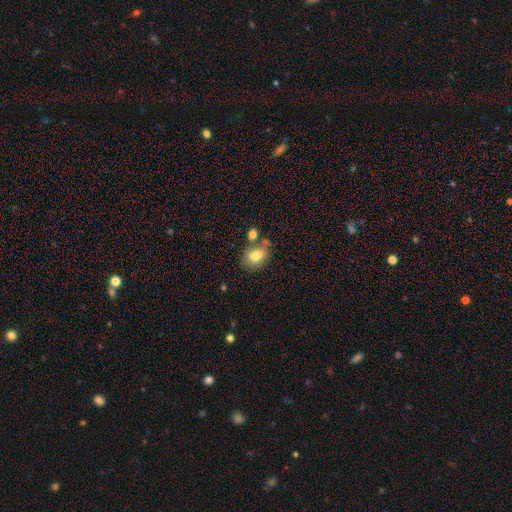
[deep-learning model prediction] A smooth galaxy with no disk features (77%) that is in between round and cigar-shaped (68%).

Vote fractions:
- Smooth or featured? smooth: 77% / featured or disk: 14% / star or artifact: 9%
- How rounded? in between: 68% / round: 31% / cigar-shaped: 1%
- Merging? none: 56% / merger: 22% / minor disturbance: 17% / major disturbance: 5%